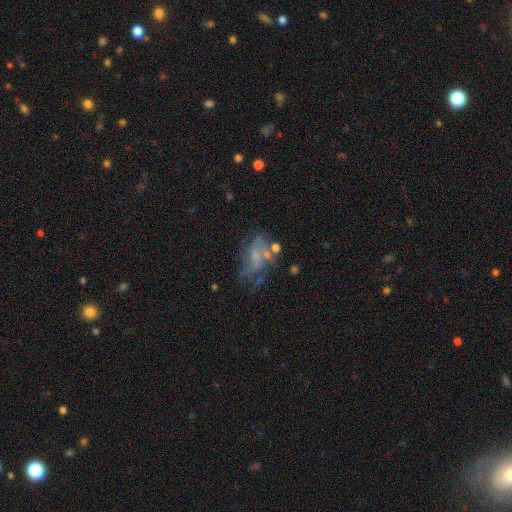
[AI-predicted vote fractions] The model was most divided on "bulge size": none: 44%, small: 37%, moderate: 16%, large: 2%, dominant: 1%. Remaining: edge-on disk — no (96%); bar — no (69%); smooth or featured — featured or disk (61%); spiral arms — yes (56%); merging — none (39%).